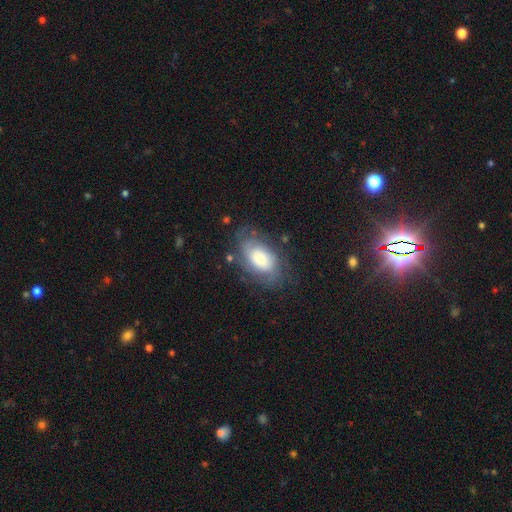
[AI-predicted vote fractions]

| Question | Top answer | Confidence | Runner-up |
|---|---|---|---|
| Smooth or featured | featured or disk | 47% | smooth (45%) |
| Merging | none | 64% | minor disturbance (22%) |